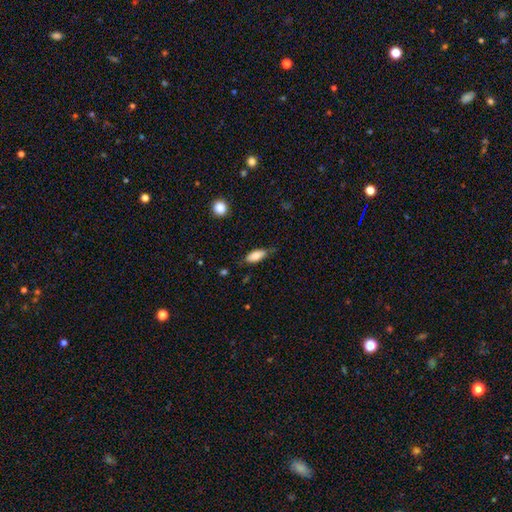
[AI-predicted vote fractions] smooth 78%, featured or disk 15%, star or artifact 7%. Down the decision tree: how rounded — in between (81%); merging — none (64%).